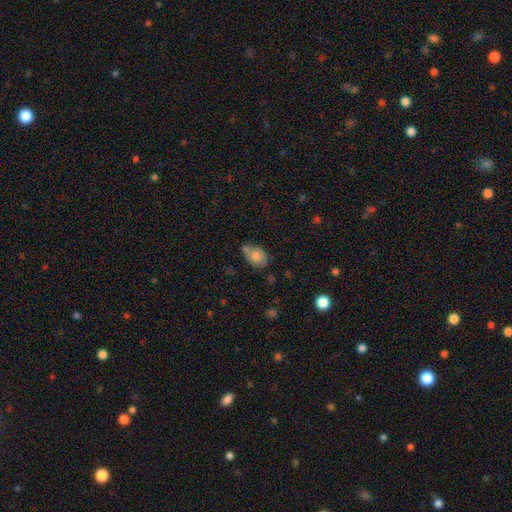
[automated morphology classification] type=smooth (78%); roundness=in between (74%); merging=none (49%).